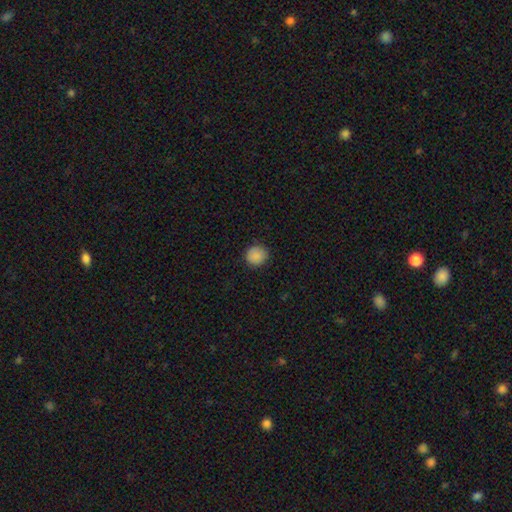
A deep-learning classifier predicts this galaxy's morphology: This appears to be a smooth galaxy with no disk features (88%) that is round (89%). Merging: none (88%).